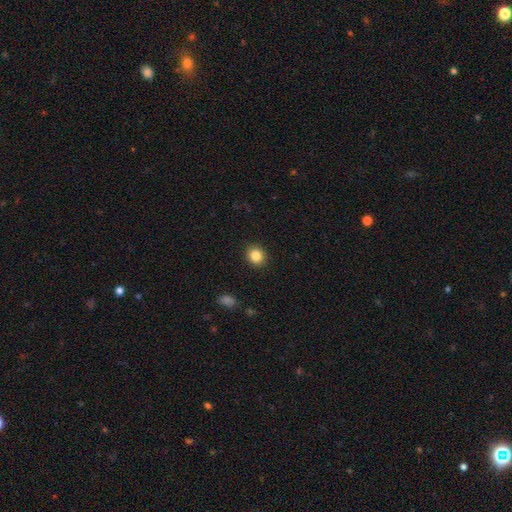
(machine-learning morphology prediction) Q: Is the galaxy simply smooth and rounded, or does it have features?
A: smooth — 84%.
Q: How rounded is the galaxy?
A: round — 75%.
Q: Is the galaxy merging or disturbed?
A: none — 91%.